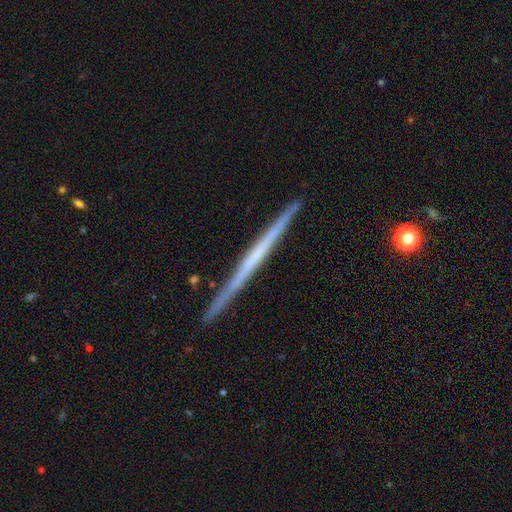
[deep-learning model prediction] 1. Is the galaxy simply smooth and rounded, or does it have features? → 66% featured or disk, 28% smooth, 5% star or artifact.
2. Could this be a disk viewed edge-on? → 98% yes, 2% no.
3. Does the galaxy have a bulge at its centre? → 88% none, 8% rounded, 5% boxy.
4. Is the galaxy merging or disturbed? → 91% none, 7% minor disturbance, 1% merger, 1% major disturbance.